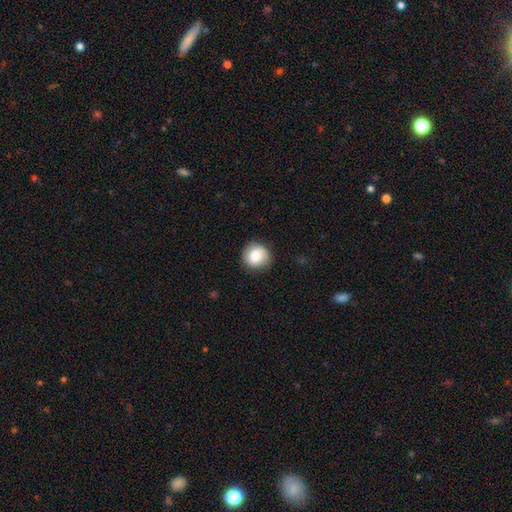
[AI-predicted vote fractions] Smooth or featured?
  - smooth: 80% *
  - featured or disk: 12%
  - star or artifact: 8%
How rounded?
  - round: 89% *
  - in between: 10%
  - cigar-shaped: 1%
Merging?
  - none: 83% *
  - minor disturbance: 13%
  - major disturbance: 3%
  - merger: 1%